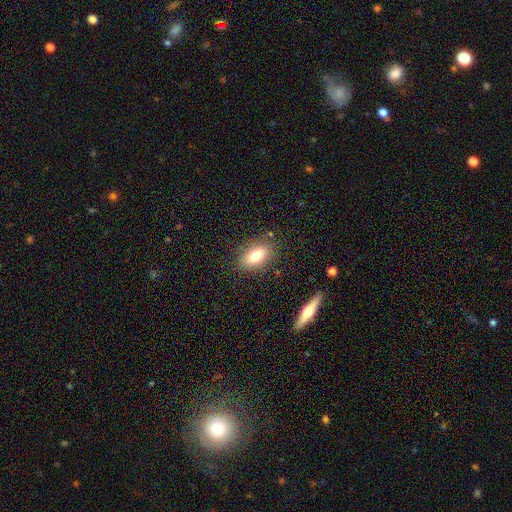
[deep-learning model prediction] A smooth galaxy with no disk features (74%) that is in between round and cigar-shaped (85%). Merging: none (83%).